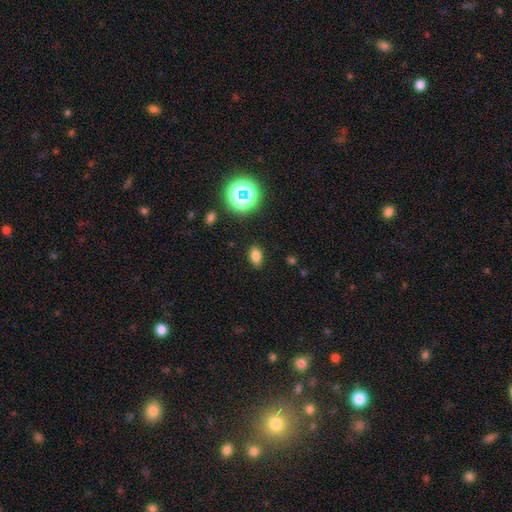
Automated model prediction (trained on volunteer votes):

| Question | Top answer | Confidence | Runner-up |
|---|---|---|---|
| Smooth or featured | smooth | 76% | star or artifact (18%) |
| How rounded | in between | 81% | round (17%) |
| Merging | none | 86% | minor disturbance (10%) |